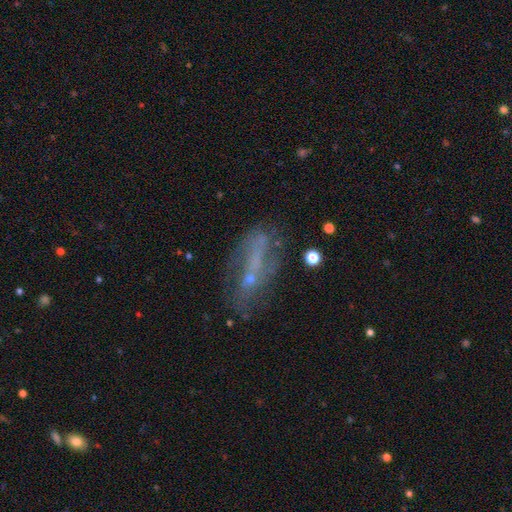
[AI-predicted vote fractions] The model was most divided on "smooth or featured": featured or disk: 52%, smooth: 34%, star or artifact: 14%. Remaining: edge-on disk — no (80%); merging — none (45%).